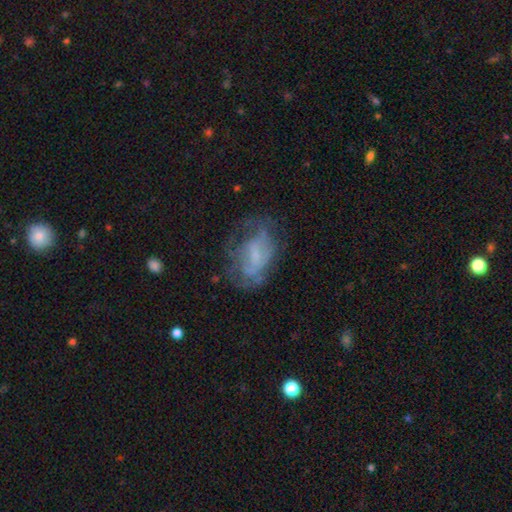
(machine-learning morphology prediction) Q: Smooth or featured?
A: featured or disk (56%); runner-up: smooth (33%)
Q: Edge-on disk?
A: no (96%); runner-up: yes (4%)
Q: Bar?
A: no (54%); runner-up: weak (37%)
Q: Spiral arms?
A: no (53%); runner-up: yes (47%)
Q: Bulge size?
A: small (42%); runner-up: none (33%)
Q: Merging?
A: none (50%); runner-up: major disturbance (24%)